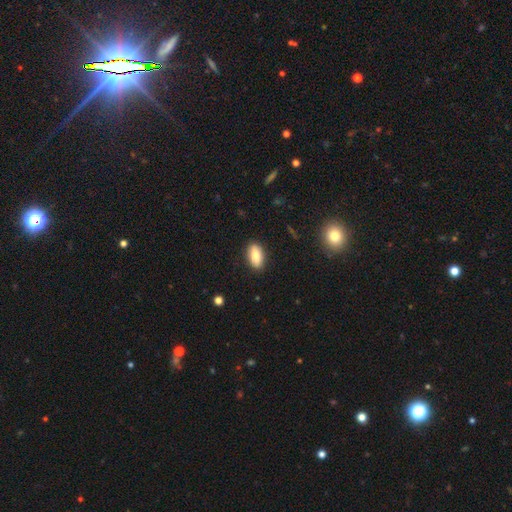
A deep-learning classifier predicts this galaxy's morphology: A smooth galaxy with no disk features (82%) that is in between round and cigar-shaped (85%). Merging: none (87%).